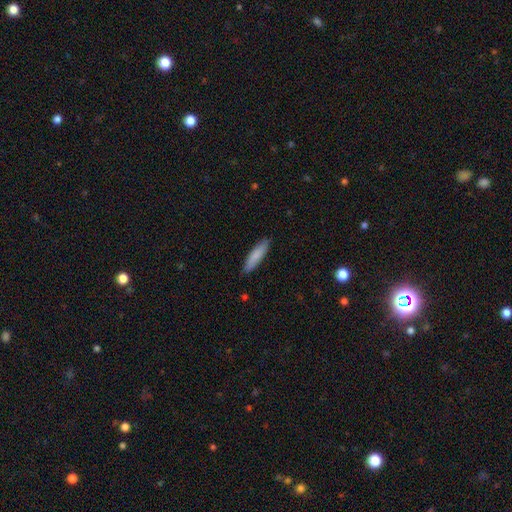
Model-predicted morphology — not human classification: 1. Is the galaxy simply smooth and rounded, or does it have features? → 83% smooth, 12% featured or disk, 5% star or artifact.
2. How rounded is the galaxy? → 75% cigar-shaped, 24% in between, 1% round.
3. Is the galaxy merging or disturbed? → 88% none, 10% minor disturbance, 2% major disturbance, 1% merger.